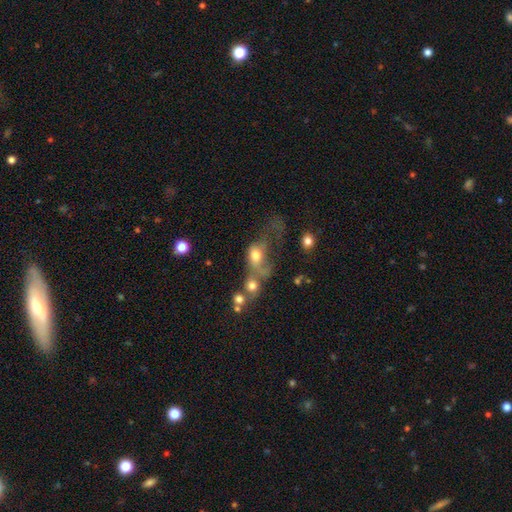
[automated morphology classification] A smooth galaxy with no disk features (63%) that is in between round and cigar-shaped (62%).

Vote fractions:
- Smooth or featured? smooth: 63% / featured or disk: 25% / star or artifact: 13%
- How rounded? in between: 62% / round: 35% / cigar-shaped: 3%
- Merging? merger: 53% / major disturbance: 26% / none: 13% / minor disturbance: 8%